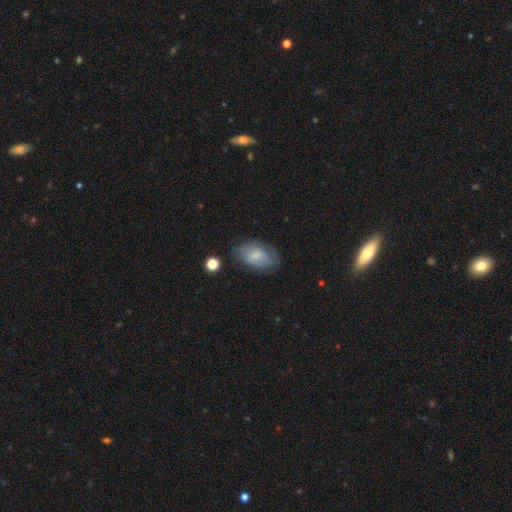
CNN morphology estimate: Smooth or featured? smooth (59%)
How rounded? in between (88%)
Merging? none (61%)